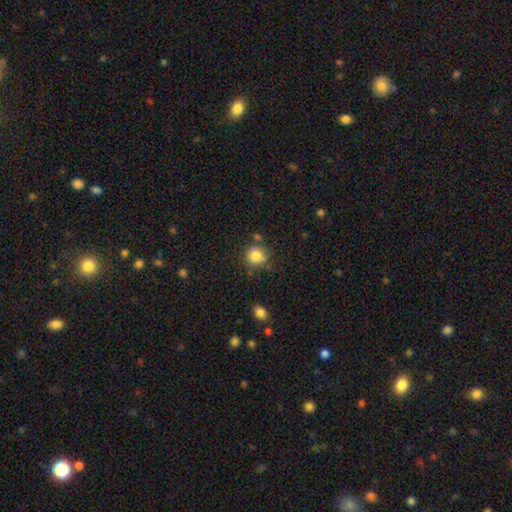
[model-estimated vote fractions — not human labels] Q: Smooth or featured?
A: smooth (82%); runner-up: star or artifact (11%)
Q: How rounded?
A: round (90%); runner-up: in between (9%)
Q: Merging?
A: none (74%); runner-up: minor disturbance (14%)